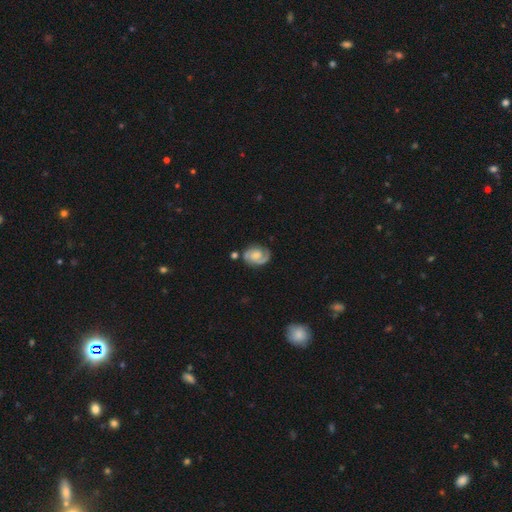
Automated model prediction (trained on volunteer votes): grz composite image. It shows a featured or disk galaxy (82%) with no bar (56%), 2 (82%) tight (50%) spiral arms (96%) and a moderate central bulge (44%). Merging: none (73%).